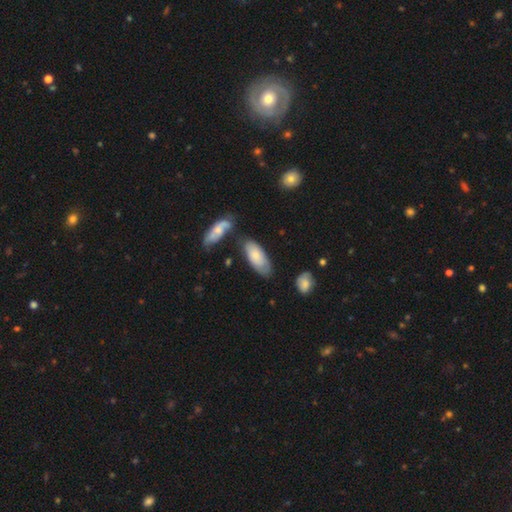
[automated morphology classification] smooth 72%, featured or disk 22%, star or artifact 6%. Down the decision tree: how rounded — in between (85%); merging — none (60%).